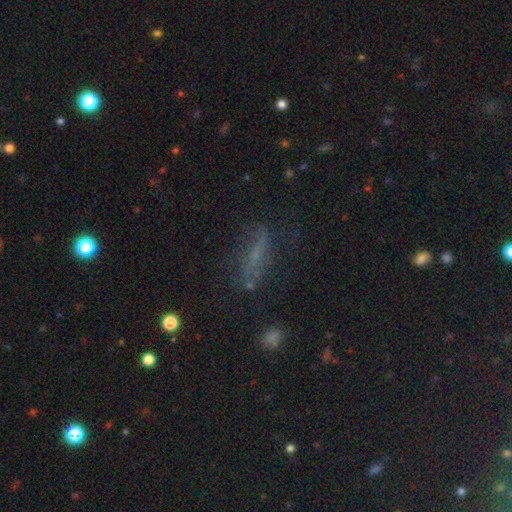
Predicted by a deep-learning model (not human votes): The model was most divided on "smooth or featured": smooth: 42%, featured or disk: 34%, star or artifact: 25%. More confident: merging — none (63%).